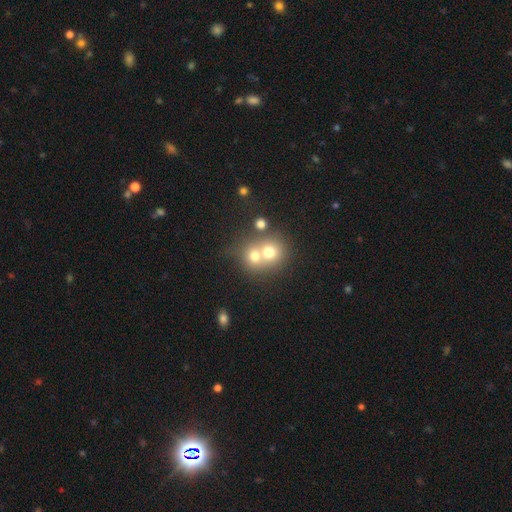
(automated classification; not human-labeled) Morphology: type=smooth (61%); roundness=round (79%); merging=merger (61%).